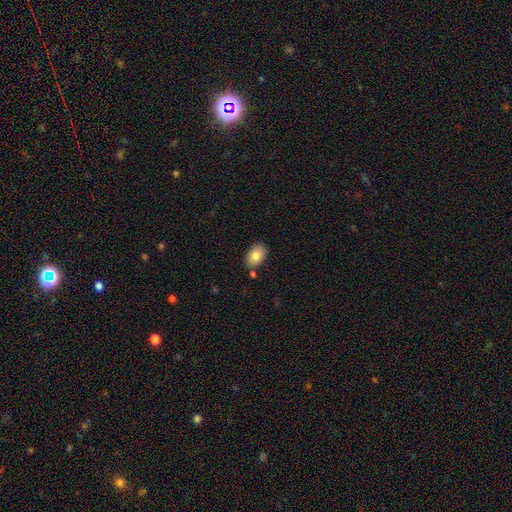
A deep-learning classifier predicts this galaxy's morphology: Smooth or featured? Predicted: smooth (p=0.83). How rounded? Predicted: in between (p=0.85). Merging? Predicted: none (p=0.80).